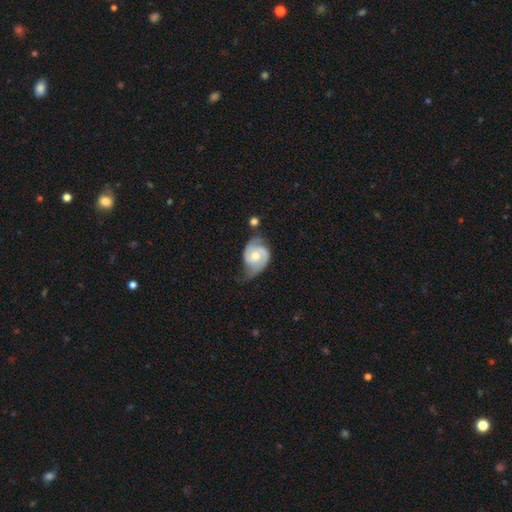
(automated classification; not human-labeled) smooth-or-featured: featured or disk: 79% | smooth: 16% | star or artifact: 5%
  disk-edge-on: no: 97% | yes: 3%
    bar: no: 61% | weak: 32% | strong: 7%
    has-spiral-arms: yes: 94% | no: 6%
      spiral-winding: medium: 44% | tight: 34% | loose: 22%
      spiral-arm-count: 2: 84% | can't tell: 7% | 1: 5% | 3: 3% | 4: 1% | more than 4: 1%
    bulge-size: moderate: 63% | small: 30% | large: 4% | none: 2% | dominant: 1%
  merging: none: 47% | minor disturbance: 33% | major disturbance: 16% | merger: 4%